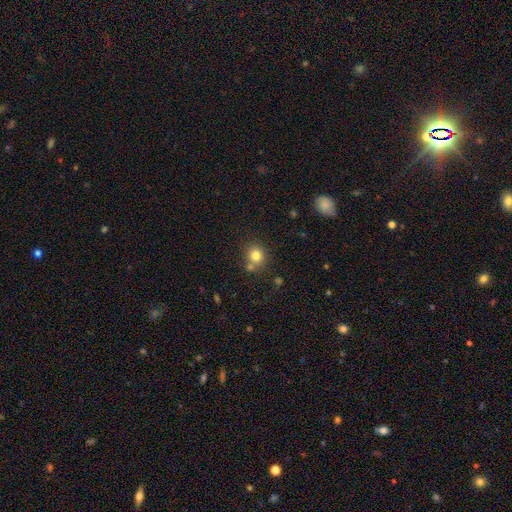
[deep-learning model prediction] Overall: smooth (80%). How rounded: round (85%). Merging: none (67%).